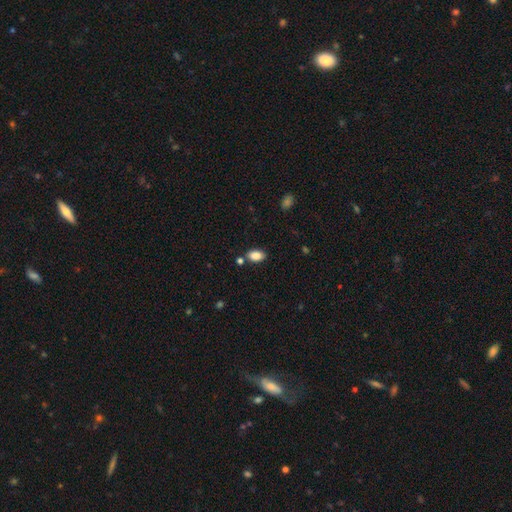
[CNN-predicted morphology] Q: Smooth or featured?
A: smooth (87%); runner-up: star or artifact (8%)
Q: How rounded?
A: in between (90%); runner-up: round (8%)
Q: Merging?
A: none (78%); runner-up: minor disturbance (12%)